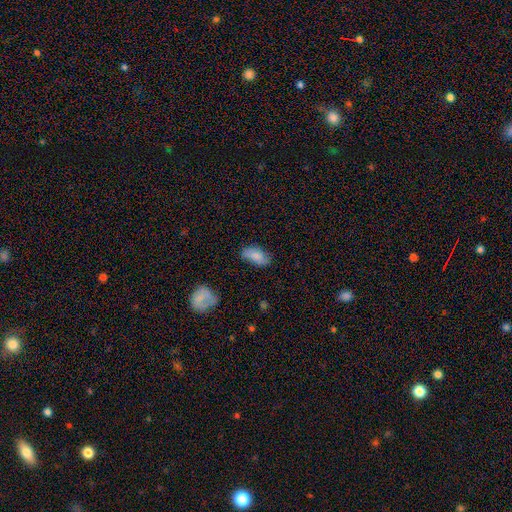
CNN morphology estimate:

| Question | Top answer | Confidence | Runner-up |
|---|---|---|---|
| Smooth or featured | smooth | 80% | featured or disk (12%) |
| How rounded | in between | 92% | cigar-shaped (4%) |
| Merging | none | 65% | minor disturbance (27%) |